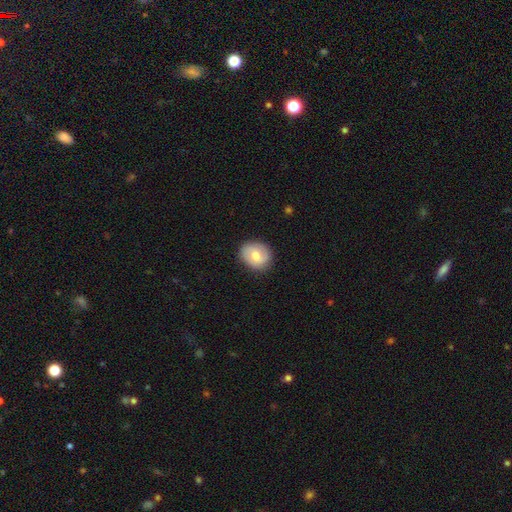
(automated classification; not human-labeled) The model was most divided on "how rounded": round: 66%, in between: 33%, cigar-shaped: 1%. More confident: merging — none (84%); smooth or featured — smooth (63%).